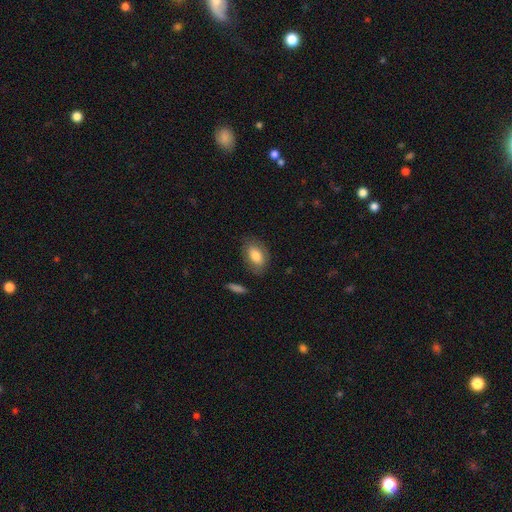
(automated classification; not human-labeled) A smooth galaxy with no disk features (80%) that is in between round and cigar-shaped (90%).

Vote fractions:
- Smooth or featured? smooth: 80% / featured or disk: 13% / star or artifact: 7%
- How rounded? in between: 90% / round: 8% / cigar-shaped: 3%
- Merging? none: 78% / minor disturbance: 16% / major disturbance: 5% / merger: 2%